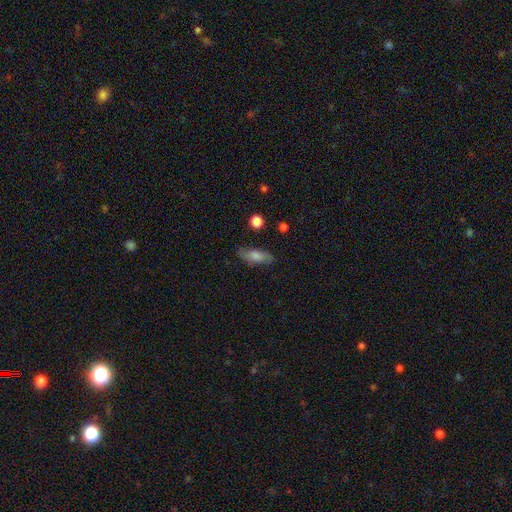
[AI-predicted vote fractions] This appears to be a smooth galaxy with no disk features (59%) that is in between round and cigar-shaped (72%). Merging: none (78%).